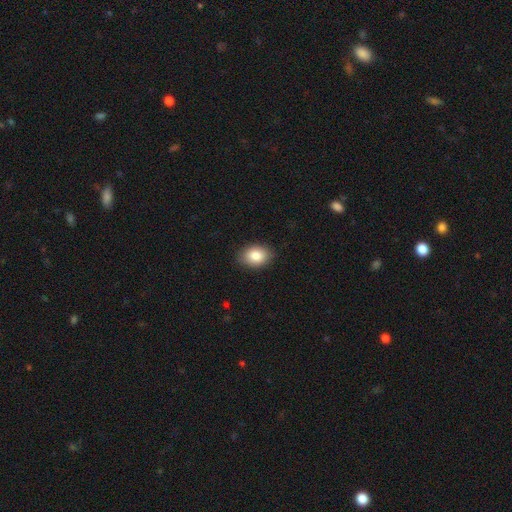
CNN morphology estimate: A smooth galaxy with no disk features (84%) that is in between round and cigar-shaped (69%).

Vote fractions:
- Smooth or featured? smooth: 84% / star or artifact: 8% / featured or disk: 8%
- How rounded? in between: 69% / round: 30% / cigar-shaped: 1%
- Merging? none: 86% / minor disturbance: 10% / major disturbance: 2% / merger: 1%